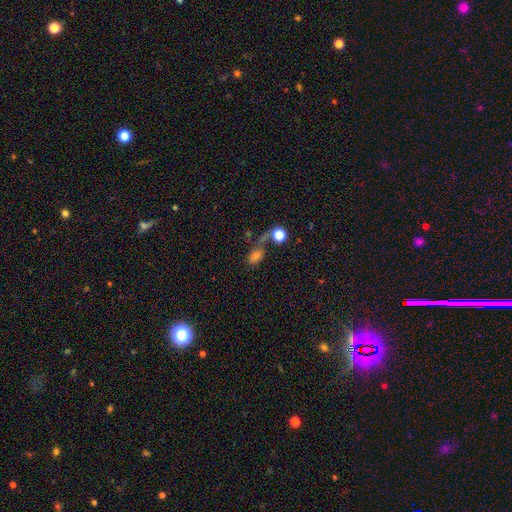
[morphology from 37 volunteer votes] smooth 62%, featured or disk 27%, star or artifact 11%. Down the decision tree: how rounded — in between (74%); merging — none (52%).